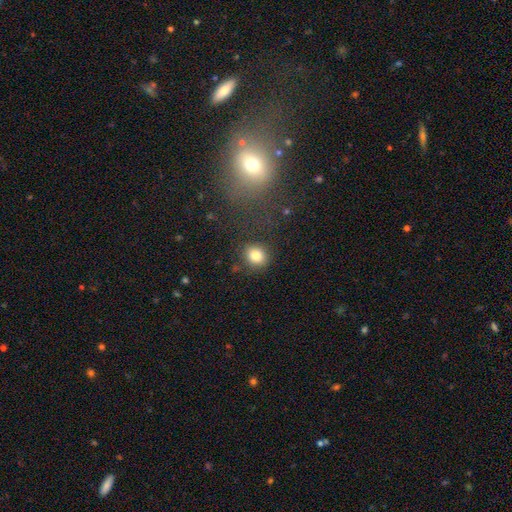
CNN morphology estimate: smooth_or_featured: smooth (p=0.83) [alt: star or artifact p=0.11]
how_rounded: round (p=0.68) [alt: in between p=0.31]
merging: none (p=0.83) [alt: minor disturbance p=0.11]